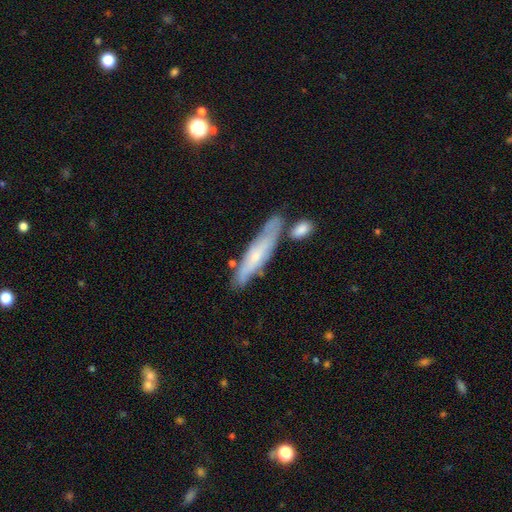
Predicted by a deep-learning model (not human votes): smooth-or-featured: featured or disk: 48% | smooth: 45% | star or artifact: 6%
  merging: none: 64% | minor disturbance: 18% | merger: 13% | major disturbance: 5%